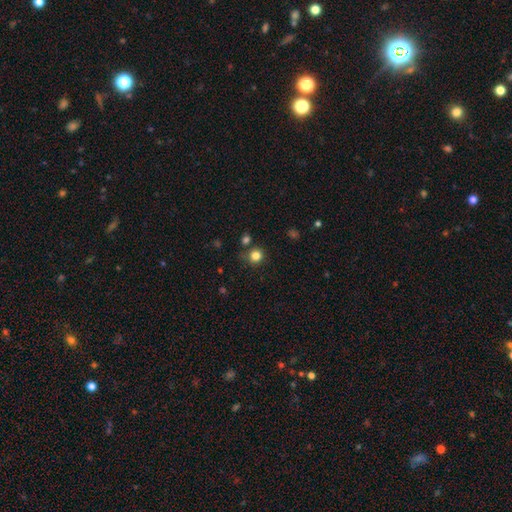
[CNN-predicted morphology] smooth_or_featured: smooth (p=0.82) [alt: star or artifact p=0.13]
how_rounded: round (p=0.90) [alt: in between p=0.09]
merging: none (p=0.79) [alt: minor disturbance p=0.11]